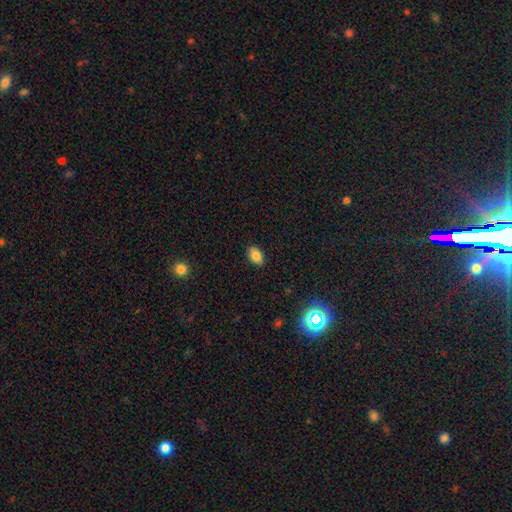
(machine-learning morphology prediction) This appears to be a smooth galaxy with no disk features (83%) that is in between round and cigar-shaped (88%). Merging: none (88%).